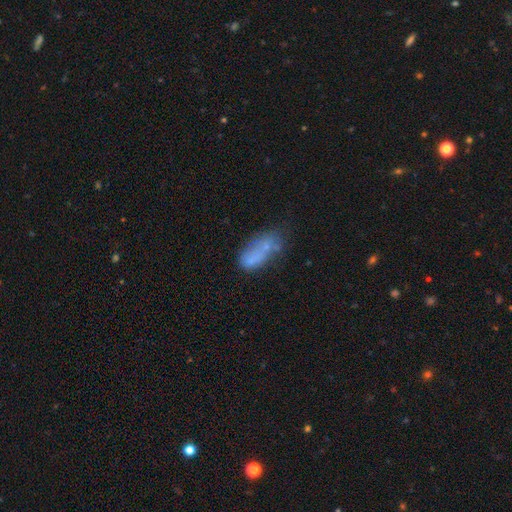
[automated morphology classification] Smooth or featured?
  - smooth: 60% *
  - featured or disk: 27%
  - star or artifact: 12%
How rounded?
  - in between: 83% *
  - cigar-shaped: 11%
  - round: 6%
Merging?
  - none: 34% *
  - merger: 28%
  - minor disturbance: 21%
  - major disturbance: 17%